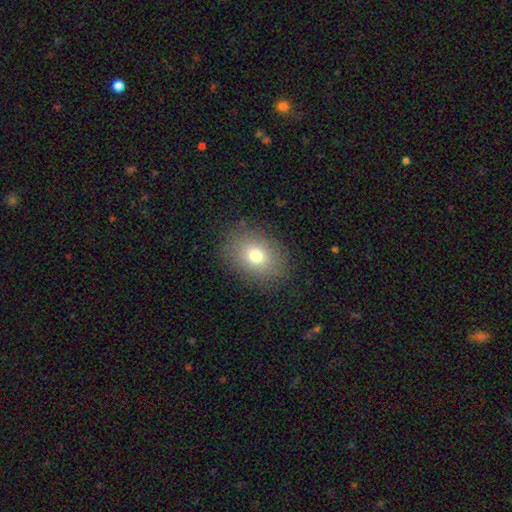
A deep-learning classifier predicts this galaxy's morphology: Overall: smooth (76%). How rounded: in between (66%; round 33%). Merging: none (85%).